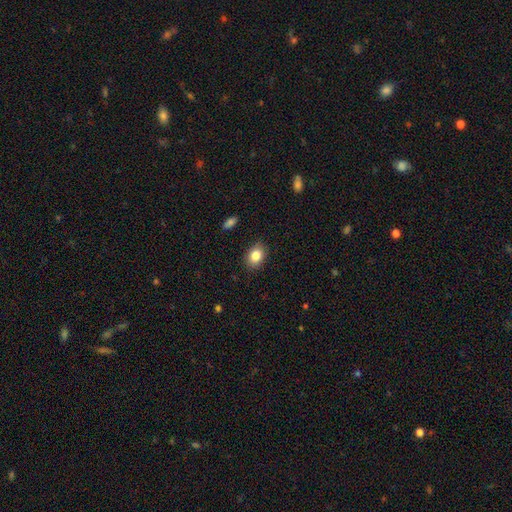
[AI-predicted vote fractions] Smooth or featured? smooth (84%)
How rounded? in between (75%)
Merging? none (88%)